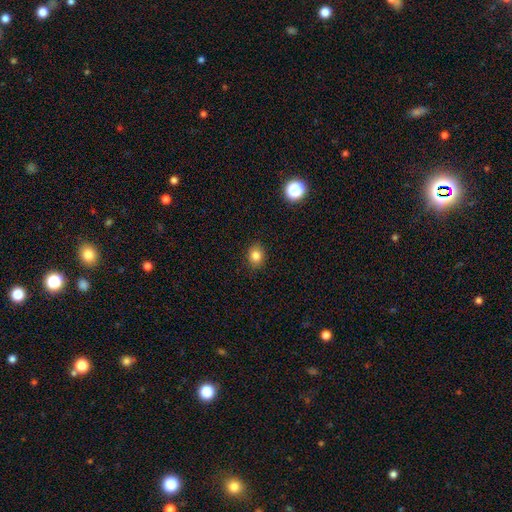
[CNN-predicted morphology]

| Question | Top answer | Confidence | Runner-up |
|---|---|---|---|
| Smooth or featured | smooth | 82% | star or artifact (12%) |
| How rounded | round | 57% | in between (42%) |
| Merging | none | 89% | minor disturbance (8%) |